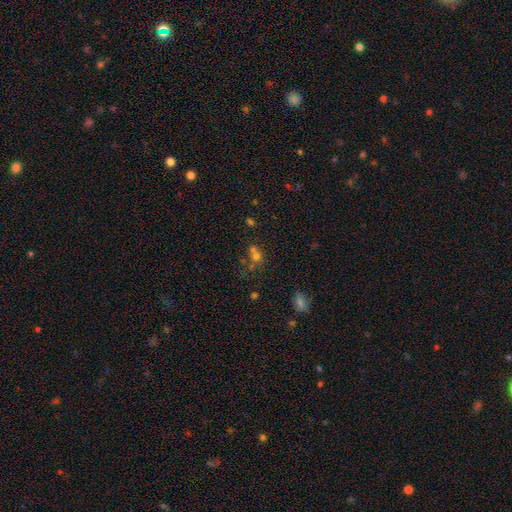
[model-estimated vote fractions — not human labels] smooth-or-featured: smooth: 58% | star or artifact: 25% | featured or disk: 18%
  how-rounded: round: 70% | in between: 29% | cigar-shaped: 2%
  merging: merger: 49% | none: 35% | minor disturbance: 9% | major disturbance: 7%